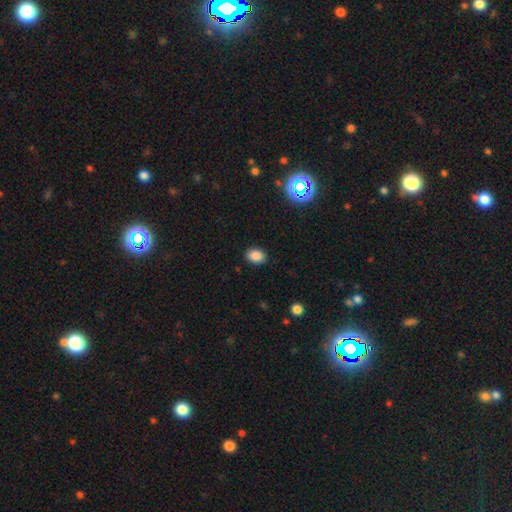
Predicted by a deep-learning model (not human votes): This appears to be a smooth galaxy with no disk features (85%) that is in between round and cigar-shaped (70%). Merging: none (89%).